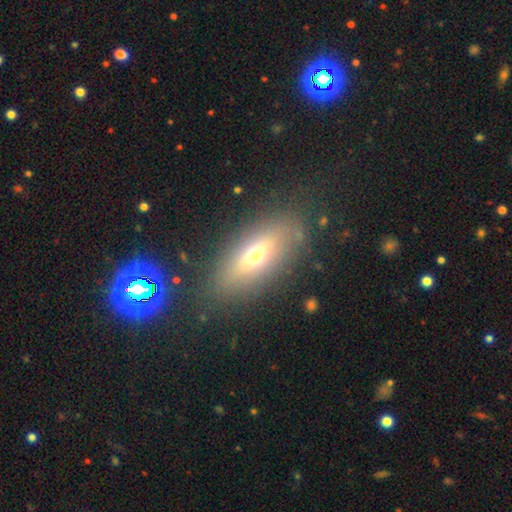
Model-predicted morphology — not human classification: smooth_or_featured: smooth (p=0.57) [alt: featured or disk p=0.31]
how_rounded: in between (p=0.68) [alt: cigar-shaped p=0.26]
merging: none (p=0.80) [alt: minor disturbance p=0.12]